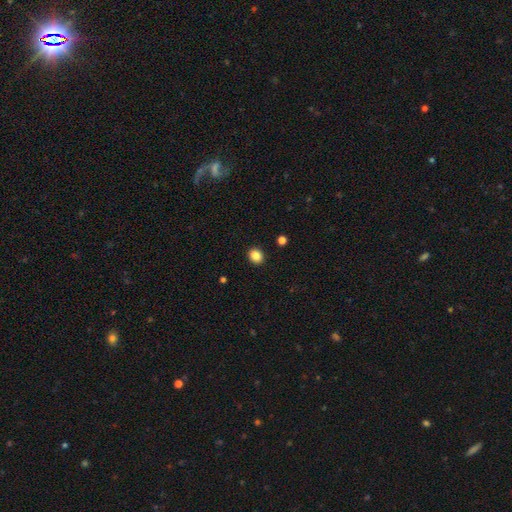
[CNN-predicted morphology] smooth 86%, star or artifact 10%, featured or disk 4%. Down the decision tree: how rounded — round (69%); merging — none (91%).